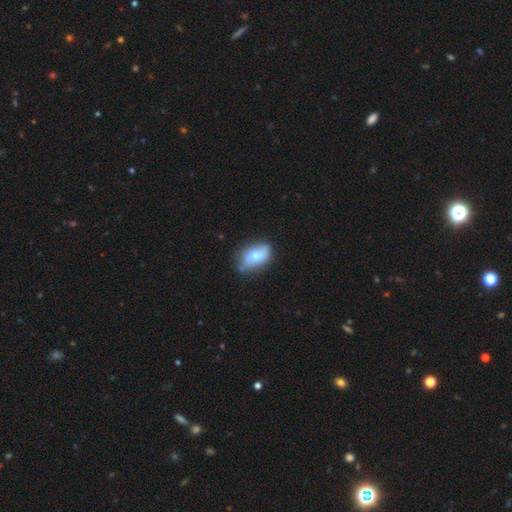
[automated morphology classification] A smooth galaxy with no disk features (62%) that is in between round and cigar-shaped (86%).

Vote fractions:
- Smooth or featured? smooth: 62% / featured or disk: 30% / star or artifact: 8%
- How rounded? in between: 86% / round: 12% / cigar-shaped: 3%
- Merging? none: 68% / minor disturbance: 24% / major disturbance: 5% / merger: 3%